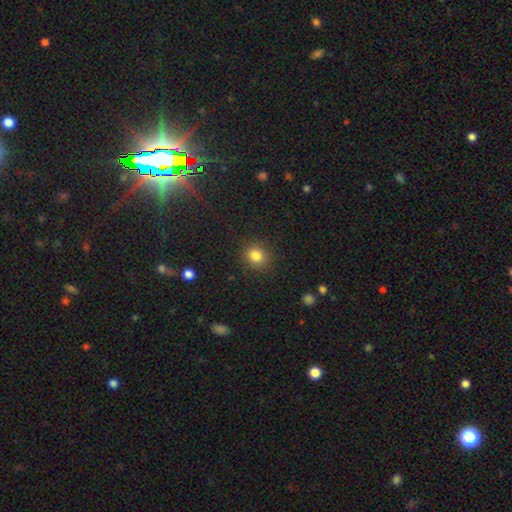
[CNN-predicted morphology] This appears to be a smooth galaxy with no disk features (83%) that is round (83%). Merging: none (89%).